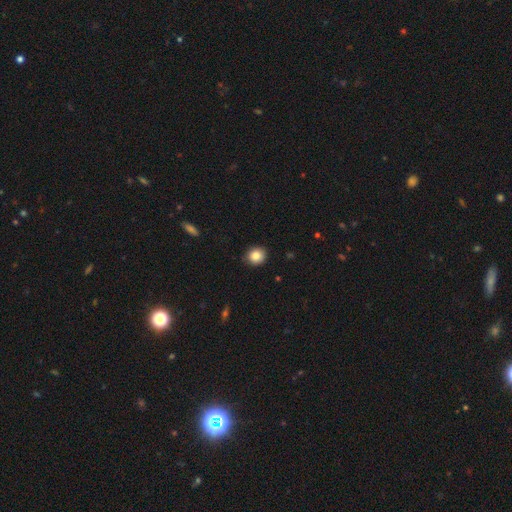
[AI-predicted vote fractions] smooth-or-featured: smooth: 83% | star or artifact: 10% | featured or disk: 7%
  how-rounded: round: 86% | in between: 13% | cigar-shaped: 1%
  merging: none: 90% | minor disturbance: 7% | major disturbance: 2% | merger: 1%